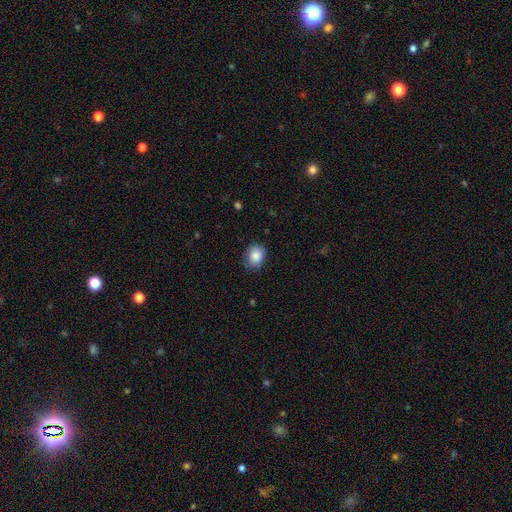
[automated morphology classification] smooth_or_featured: smooth (p=0.87) [alt: star or artifact p=0.08]
how_rounded: in between (p=0.52) [alt: round p=0.47]
merging: none (p=0.79) [alt: minor disturbance p=0.17]